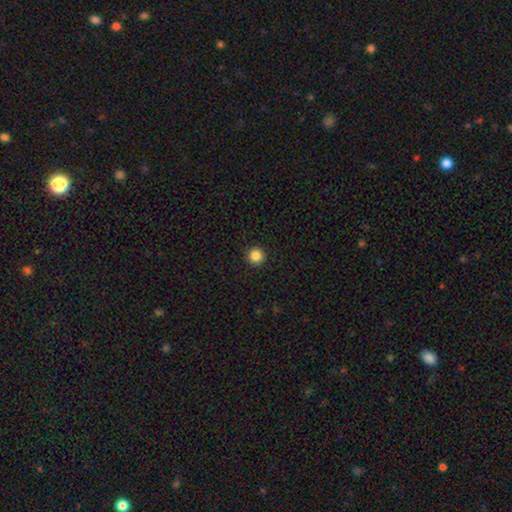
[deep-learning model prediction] Morphology: type=smooth (86%); roundness=round (96%); merging=none (93%).